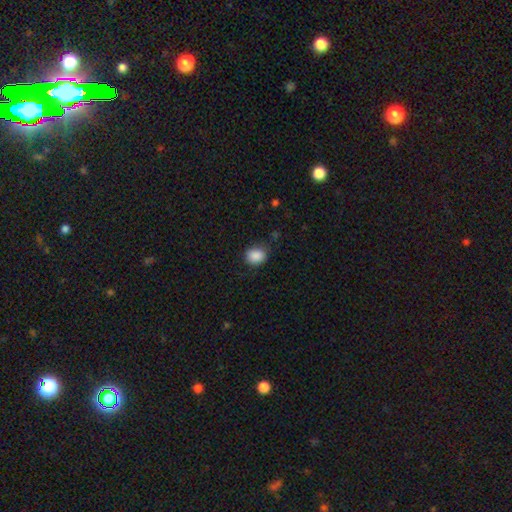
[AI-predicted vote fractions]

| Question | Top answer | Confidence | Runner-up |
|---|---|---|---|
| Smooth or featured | smooth | 88% | star or artifact (8%) |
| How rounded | round | 53% | in between (46%) |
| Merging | none | 80% | minor disturbance (15%) |